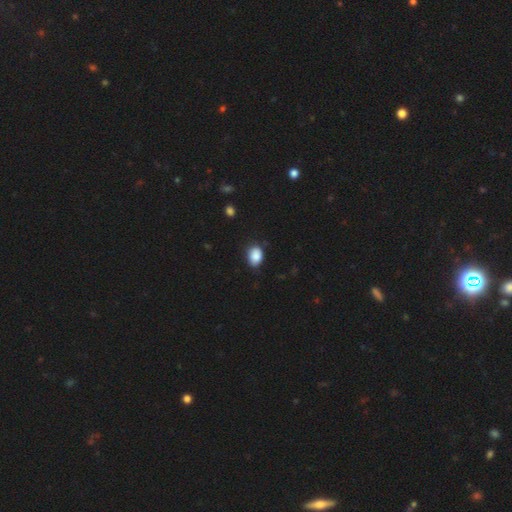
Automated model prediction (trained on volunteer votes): Smooth or featured: smooth — 88% (star or artifact — 8%)
How rounded: in between — 72% (round — 27%)
Merging: none — 76% (minor disturbance — 19%)